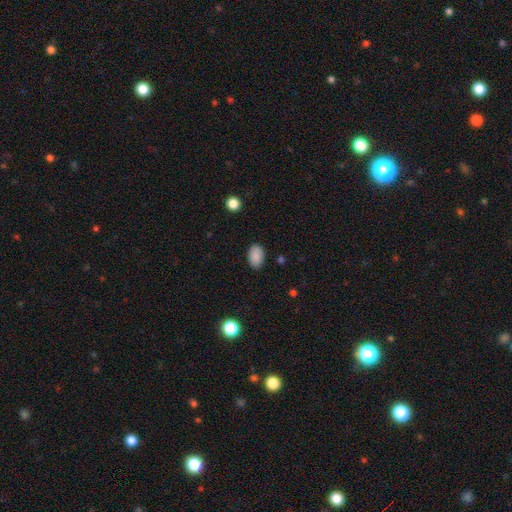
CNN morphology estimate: Smooth or featured: smooth — 88% (star or artifact — 8%)
How rounded: in between — 87% (round — 12%)
Merging: none — 86% (minor disturbance — 10%)